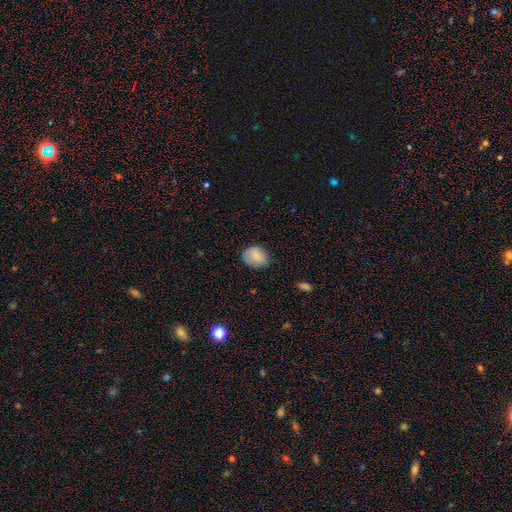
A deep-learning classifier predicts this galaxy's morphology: Smooth or featured? smooth (81%)
How rounded? in between (55%)
Merging? none (70%)